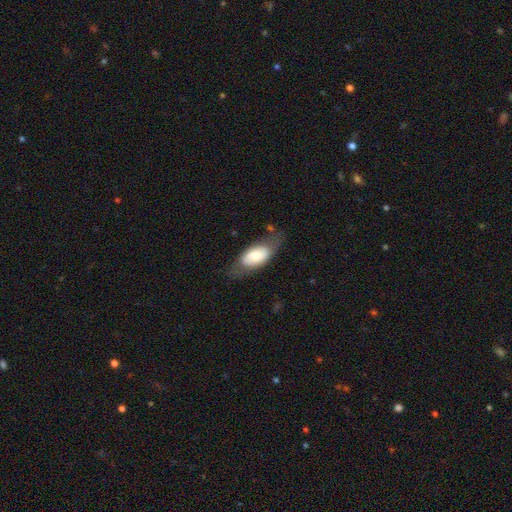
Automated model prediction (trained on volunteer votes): smooth_or_featured: smooth (p=0.64) [alt: featured or disk p=0.30]
how_rounded: in between (p=0.89) [alt: cigar-shaped p=0.07]
merging: none (p=0.63) [alt: minor disturbance p=0.23]